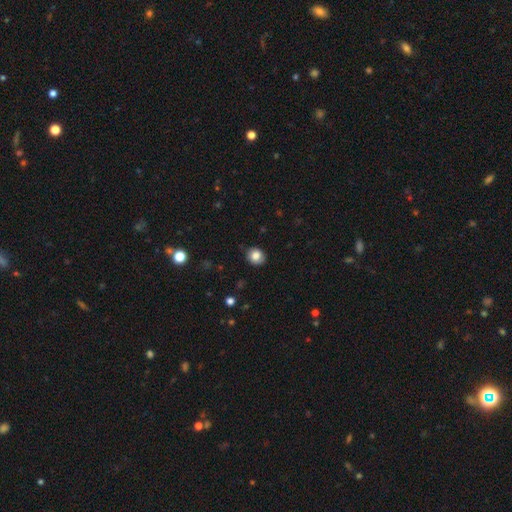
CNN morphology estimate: The model was most divided on "how rounded": round: 64%, in between: 35%, cigar-shaped: 1%. More confident: merging — none (83%); smooth or featured — smooth (82%).